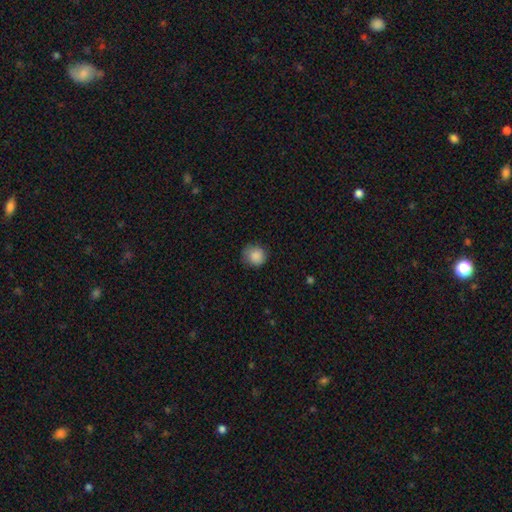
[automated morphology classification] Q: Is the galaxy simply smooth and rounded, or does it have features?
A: smooth — 87%.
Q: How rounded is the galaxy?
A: round — 89%.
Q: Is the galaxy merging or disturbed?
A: none — 78%.